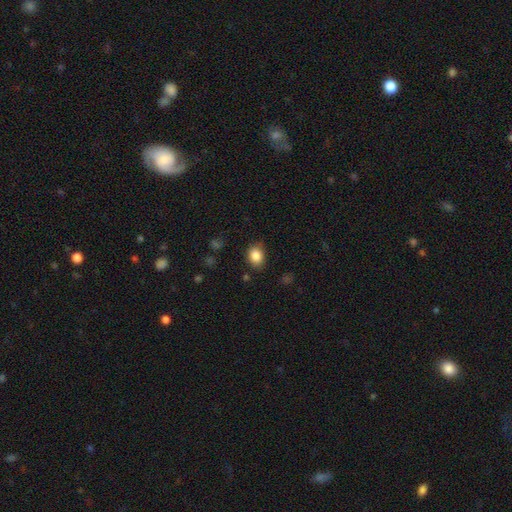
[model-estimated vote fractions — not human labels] The model was most divided on "how rounded": in between: 60%, round: 39%, cigar-shaped: 1%. More confident: smooth or featured — smooth (86%); merging — none (82%).